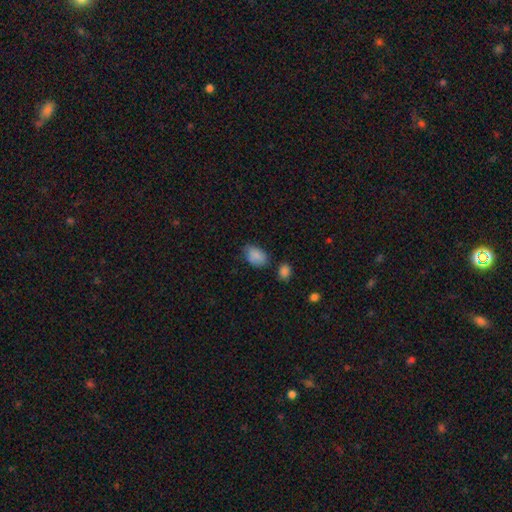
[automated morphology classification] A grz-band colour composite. It shows a smooth galaxy with no disk features (84%) that is in between round and cigar-shaped (83%). Merging: none (65%).